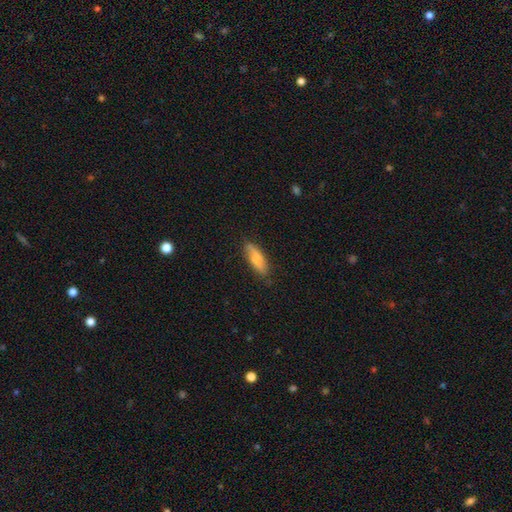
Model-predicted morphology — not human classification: A smooth galaxy with no disk features (67%) that is in between round and cigar-shaped (54%).

Vote fractions:
- Smooth or featured? smooth: 67% / featured or disk: 25% / star or artifact: 8%
- How rounded? in between: 54% / cigar-shaped: 44% / round: 3%
- Merging? none: 81% / minor disturbance: 15% / major disturbance: 3% / merger: 1%